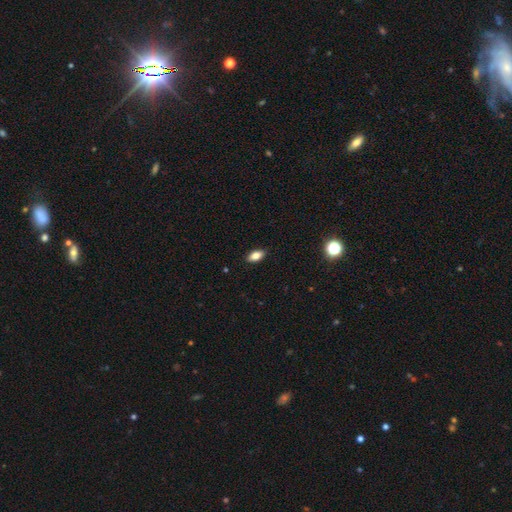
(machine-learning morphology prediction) smooth 80%, featured or disk 12%, star or artifact 9%. Down the decision tree: how rounded — in between (88%); merging — none (88%).